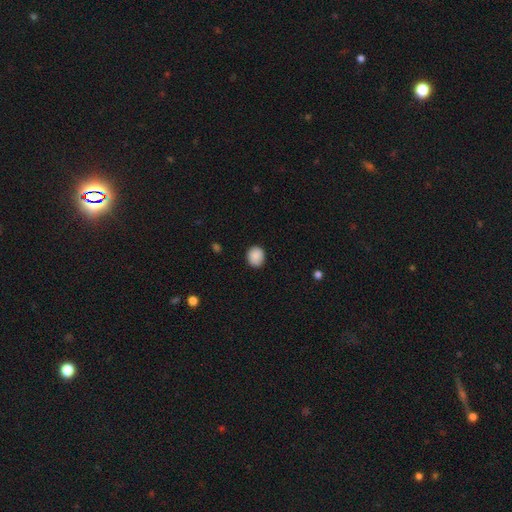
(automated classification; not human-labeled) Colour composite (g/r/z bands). It shows a smooth galaxy with no disk features (89%) that is round (69%). Merging: none (87%).